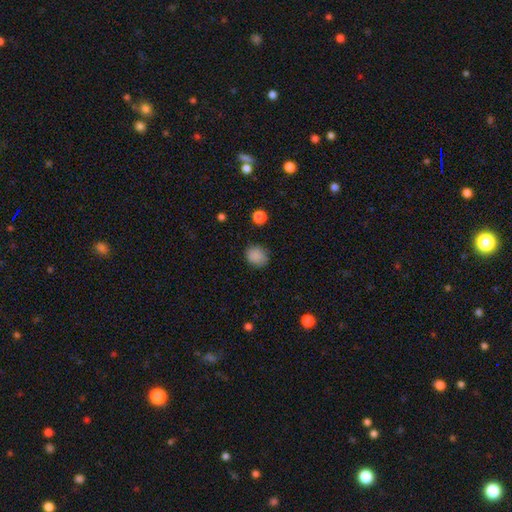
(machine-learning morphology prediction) Smooth or featured? smooth (86%)
How rounded? round (68%)
Merging? none (83%)